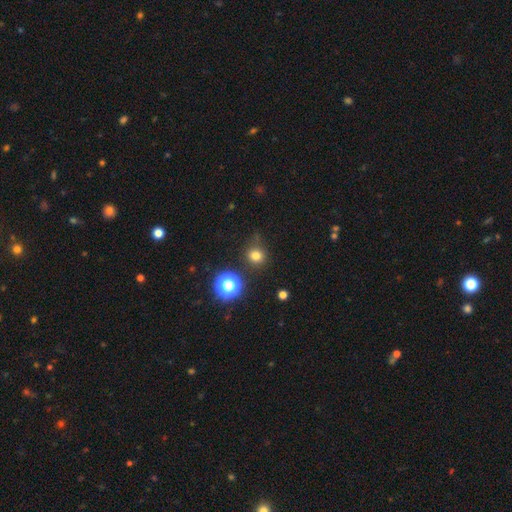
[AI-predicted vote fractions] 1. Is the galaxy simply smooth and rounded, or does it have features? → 77% smooth, 18% star or artifact, 5% featured or disk.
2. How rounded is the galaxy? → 88% round, 11% in between, 1% cigar-shaped.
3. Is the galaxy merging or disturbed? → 79% none, 13% minor disturbance, 4% major disturbance, 3% merger.